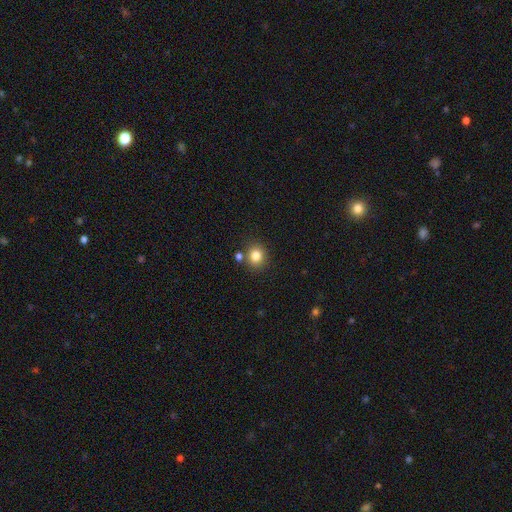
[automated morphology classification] A smooth galaxy with no disk features (82%) that is round (82%). Merging: none (78%).